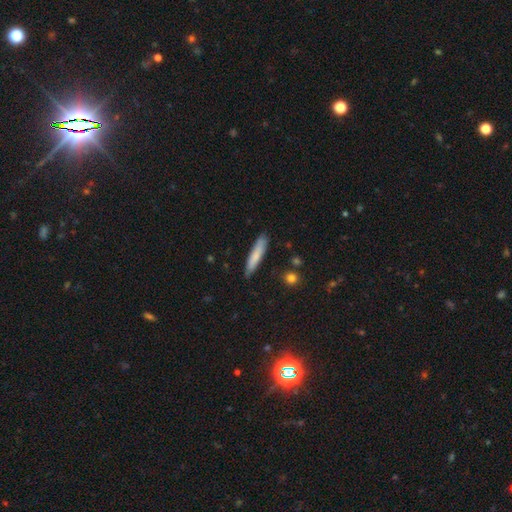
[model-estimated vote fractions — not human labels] Smooth or featured?
  - smooth: 77% *
  - featured or disk: 17%
  - star or artifact: 6%
How rounded?
  - cigar-shaped: 87% *
  - in between: 11%
  - round: 1%
Merging?
  - none: 82% *
  - minor disturbance: 14%
  - major disturbance: 2%
  - merger: 2%